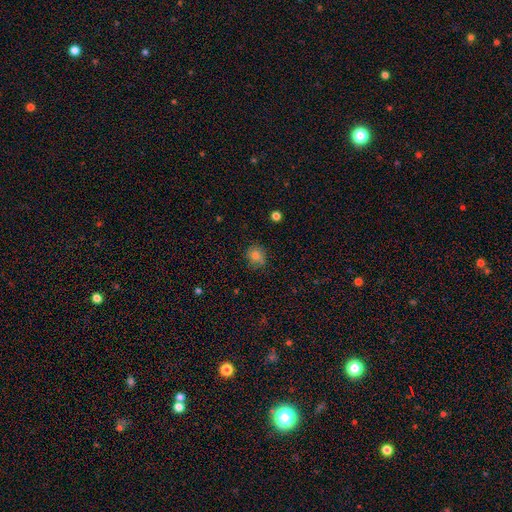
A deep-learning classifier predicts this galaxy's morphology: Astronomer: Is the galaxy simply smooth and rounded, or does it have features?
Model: smooth — 79%.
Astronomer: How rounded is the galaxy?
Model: round — 74%.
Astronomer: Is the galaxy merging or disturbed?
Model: none — 76%.